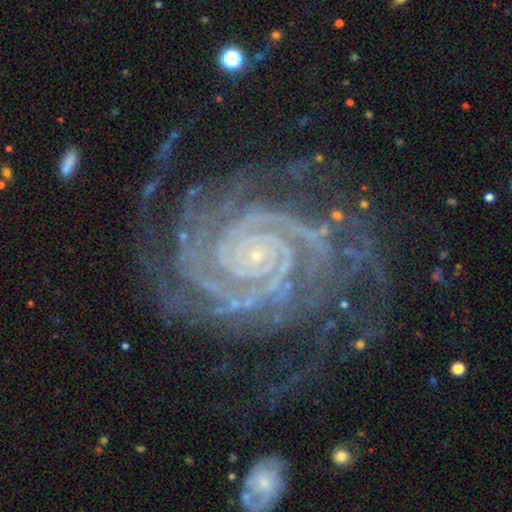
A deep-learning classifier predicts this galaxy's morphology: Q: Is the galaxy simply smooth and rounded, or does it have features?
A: featured or disk — 93%.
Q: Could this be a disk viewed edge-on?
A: no — 98%.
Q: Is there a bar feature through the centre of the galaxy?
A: no — 74%.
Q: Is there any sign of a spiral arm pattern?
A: yes — 99%.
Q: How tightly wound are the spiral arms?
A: tight — 85%.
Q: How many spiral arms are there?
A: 4 — 22%.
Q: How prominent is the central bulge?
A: small — 89%.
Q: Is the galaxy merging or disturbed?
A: none — 69%.